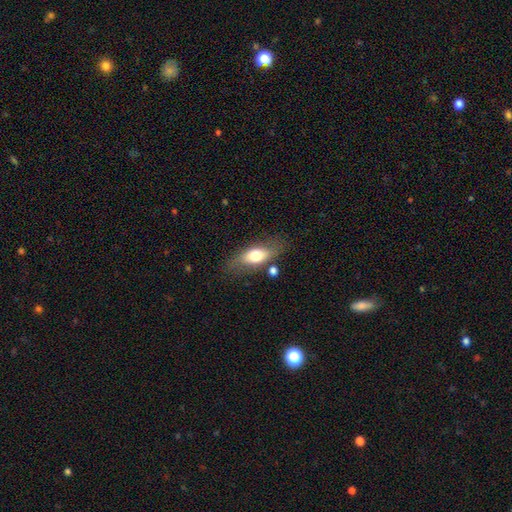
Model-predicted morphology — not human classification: Smooth or featured? smooth (65%)
How rounded? in between (76%)
Merging? none (70%)